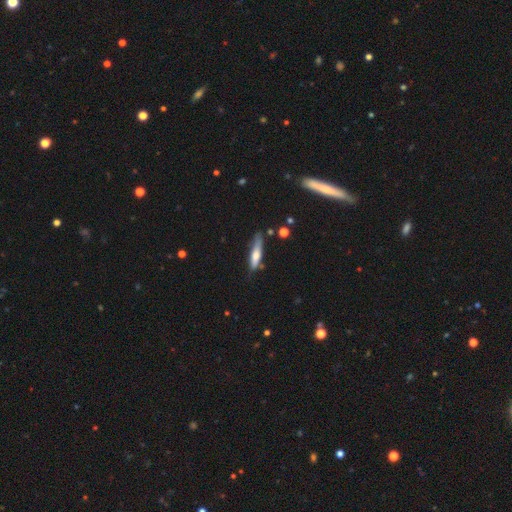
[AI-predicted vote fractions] smooth-or-featured: smooth: 56% | featured or disk: 38% | star or artifact: 6%
  how-rounded: cigar-shaped: 80% | in between: 18% | round: 2%
  merging: none: 62% | minor disturbance: 26% | major disturbance: 6% | merger: 5%